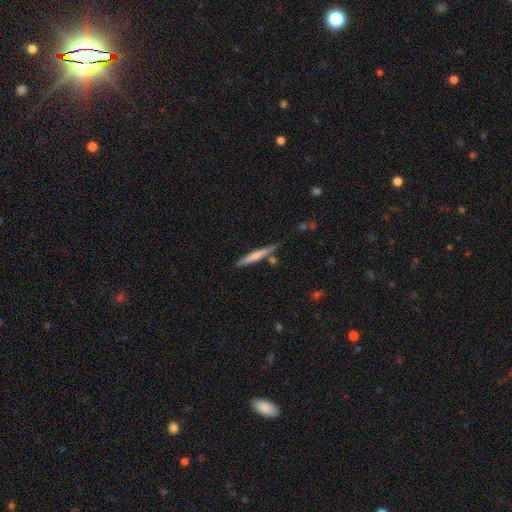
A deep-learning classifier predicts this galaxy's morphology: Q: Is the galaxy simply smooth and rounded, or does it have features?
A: smooth — 63%.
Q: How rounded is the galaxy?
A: cigar-shaped — 95%.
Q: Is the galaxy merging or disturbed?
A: none — 75%.